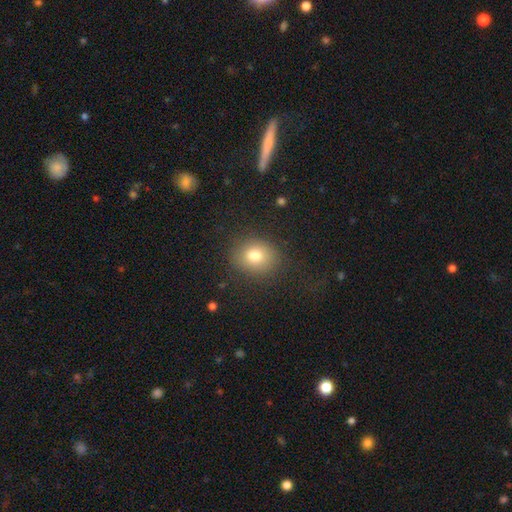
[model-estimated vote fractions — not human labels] smooth_or_featured: smooth (p=0.78) [alt: star or artifact p=0.13]
how_rounded: round (p=0.69) [alt: in between p=0.30]
merging: none (p=0.85) [alt: minor disturbance p=0.10]